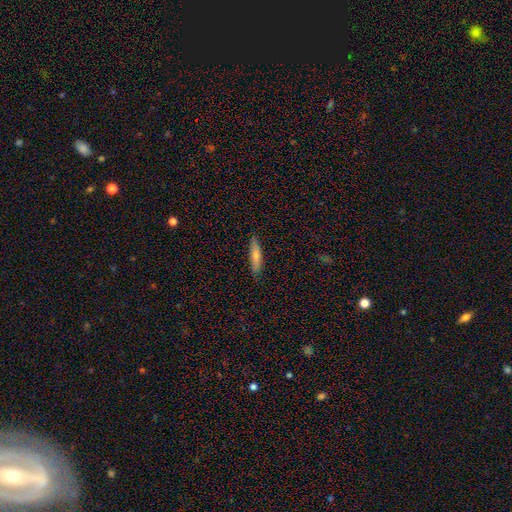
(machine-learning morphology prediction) Overall: smooth (73%). How rounded: cigar-shaped (80%). Merging: none (88%).